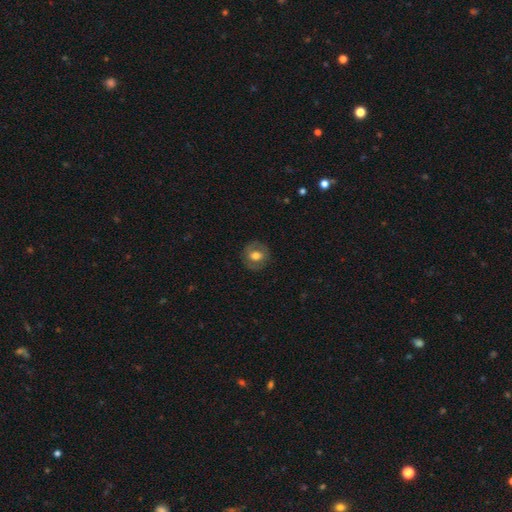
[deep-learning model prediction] Morphology: type=smooth (58%); roundness=round (78%); merging=none (83%).